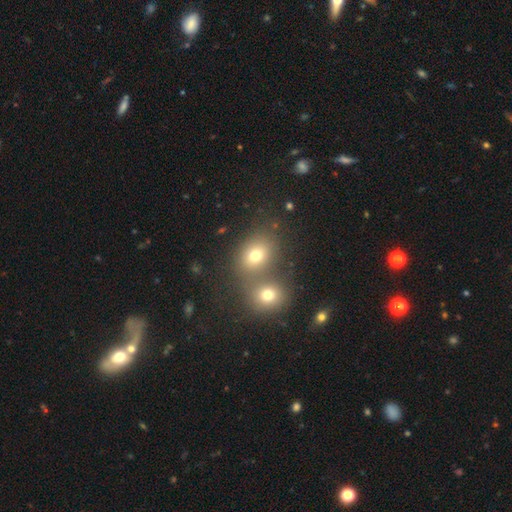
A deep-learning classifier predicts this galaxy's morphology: This is likely a smooth galaxy (71%). How rounded: possibly round (57%). Merging: marginally none (45%).